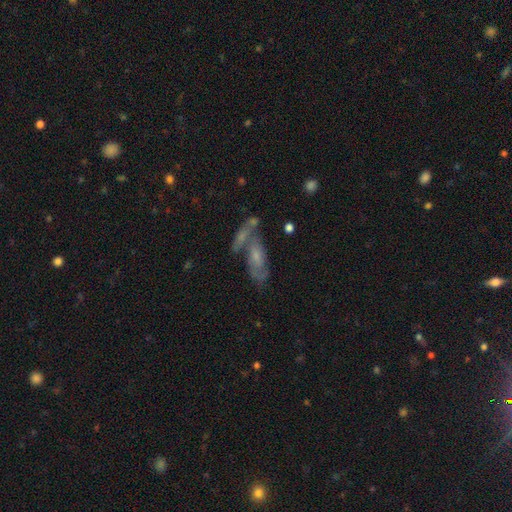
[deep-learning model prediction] This appears to be a featured or disk galaxy (54%). Merging: none (39%).